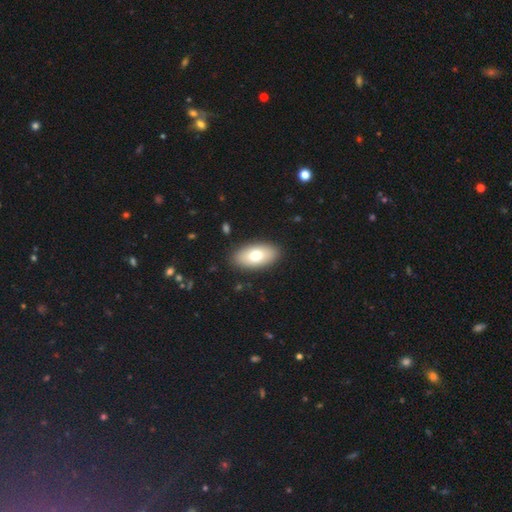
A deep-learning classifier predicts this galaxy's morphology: Overall: smooth (72%). How rounded: in between (93%). Merging: none (89%).